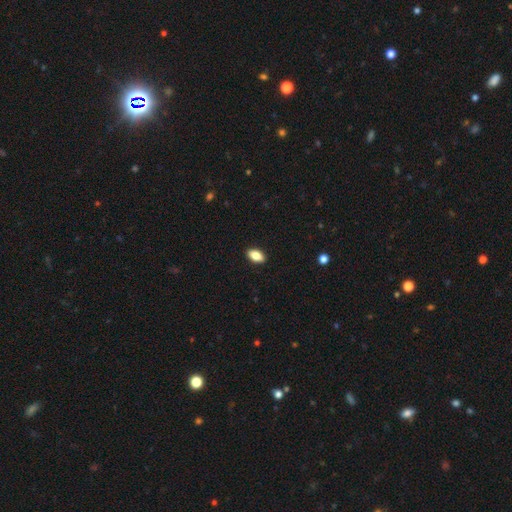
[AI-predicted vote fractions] Morphology: type=smooth (84%); roundness=in between (91%); merging=none (90%).